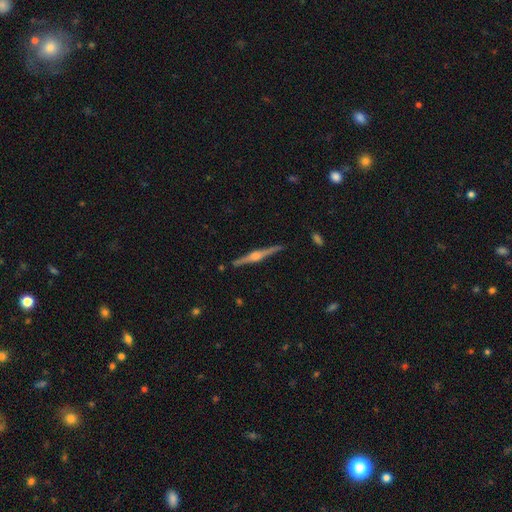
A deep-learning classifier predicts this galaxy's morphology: Smooth or featured? featured or disk (85%)
Edge-on disk? yes (99%)
Edge-on bulge? rounded (86%)
Merging? none (91%)